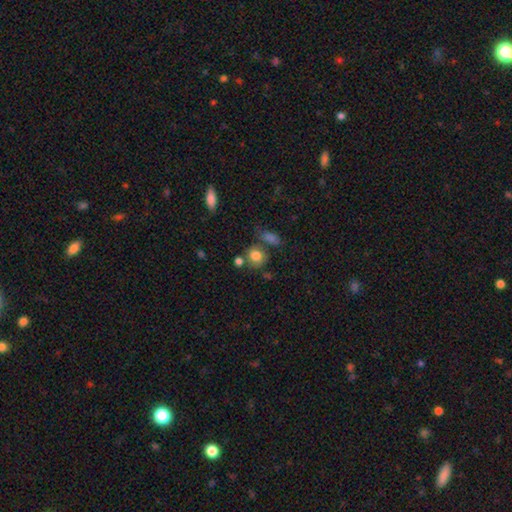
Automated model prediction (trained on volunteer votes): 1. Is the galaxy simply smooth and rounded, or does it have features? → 79% smooth, 11% featured or disk, 10% star or artifact.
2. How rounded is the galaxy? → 73% round, 25% in between, 1% cigar-shaped.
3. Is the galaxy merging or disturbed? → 59% none, 18% merger, 16% minor disturbance, 7% major disturbance.